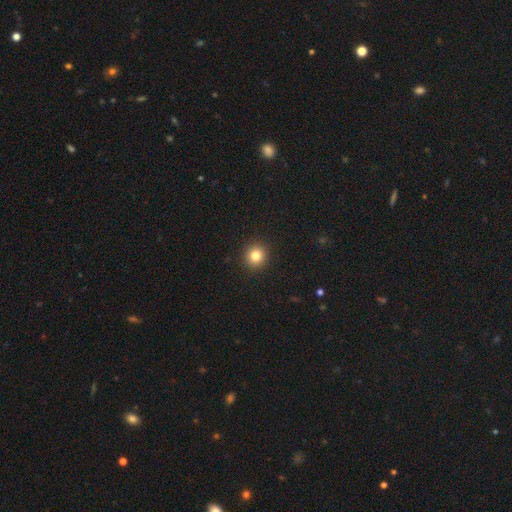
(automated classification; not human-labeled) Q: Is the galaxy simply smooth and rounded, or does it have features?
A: smooth — 82%.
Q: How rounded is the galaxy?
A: round — 91%.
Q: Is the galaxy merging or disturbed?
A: none — 93%.